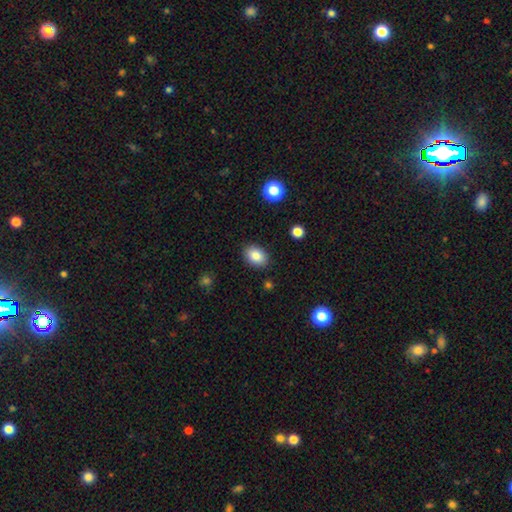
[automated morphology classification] Smooth or featured? Predicted: smooth (p=0.86). How rounded? Predicted: in between (p=0.77). Merging? Predicted: none (p=0.87).